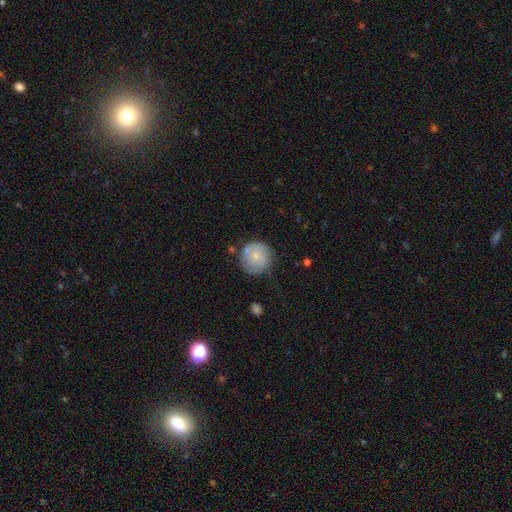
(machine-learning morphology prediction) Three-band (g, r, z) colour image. It shows a smooth galaxy with no disk features (55%) that is round (92%). Merging: none (69%).